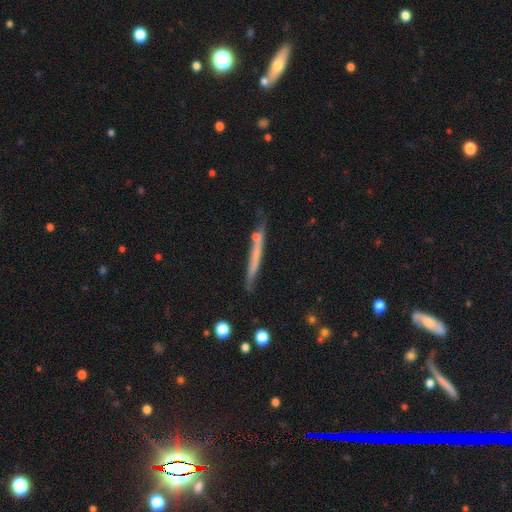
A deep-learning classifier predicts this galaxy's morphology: Overall: smooth (49%; featured or disk 44%). Merging: none (74%).